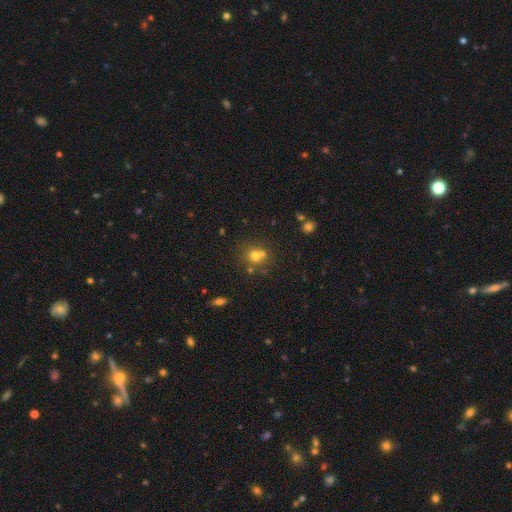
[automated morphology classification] A smooth galaxy with no disk features (68%) that is round (83%).

Vote fractions:
- Smooth or featured? smooth: 68% / star or artifact: 18% / featured or disk: 15%
- How rounded? round: 83% / in between: 16% / cigar-shaped: 1%
- Merging? none: 50% / merger: 38% / minor disturbance: 9% / major disturbance: 4%